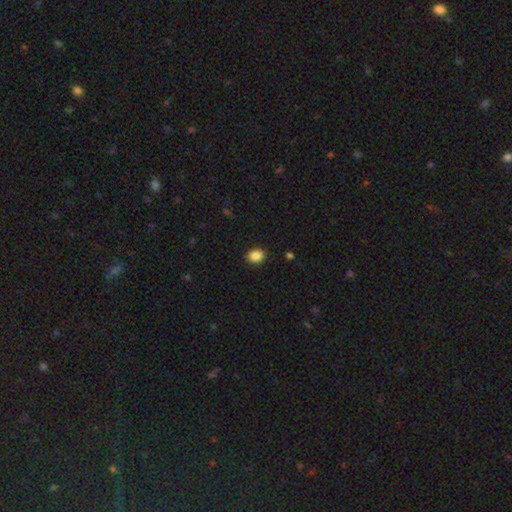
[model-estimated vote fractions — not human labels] A smooth galaxy with no disk features (88%) that is in between round and cigar-shaped (57%).

Vote fractions:
- Smooth or featured? smooth: 88% / star or artifact: 9% / featured or disk: 3%
- How rounded? in between: 57% / round: 43% / cigar-shaped: 1%
- Merging? none: 90% / minor disturbance: 7% / major disturbance: 2% / merger: 1%